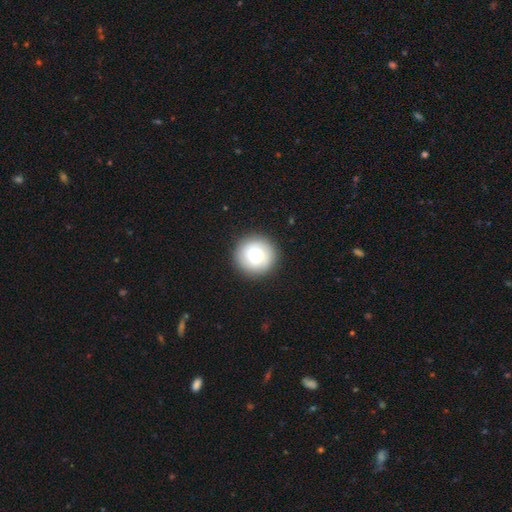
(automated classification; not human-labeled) Smooth or featured? smooth (71%)
How rounded? round (95%)
Merging? none (90%)